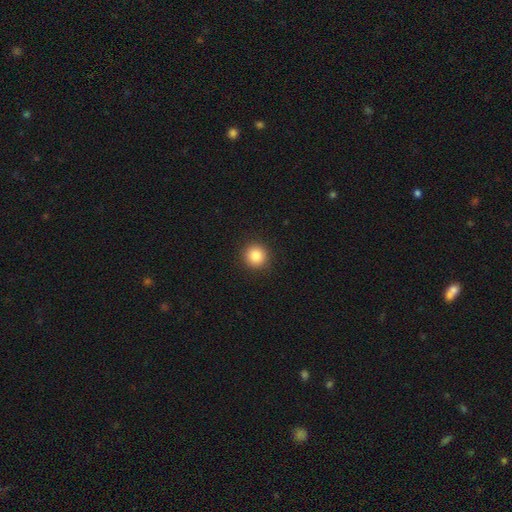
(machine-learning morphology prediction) smooth_or_featured: smooth (p=0.85) [alt: star or artifact p=0.10]
how_rounded: round (p=0.94) [alt: in between p=0.05]
merging: none (p=0.92) [alt: minor disturbance p=0.05]